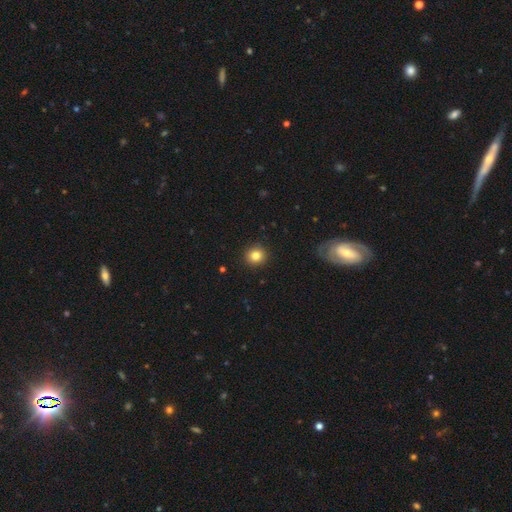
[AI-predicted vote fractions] Smooth or featured?
  - smooth: 83% *
  - star or artifact: 11%
  - featured or disk: 6%
How rounded?
  - round: 91% *
  - in between: 8%
  - cigar-shaped: 1%
Merging?
  - none: 91% *
  - minor disturbance: 6%
  - major disturbance: 2%
  - merger: 1%